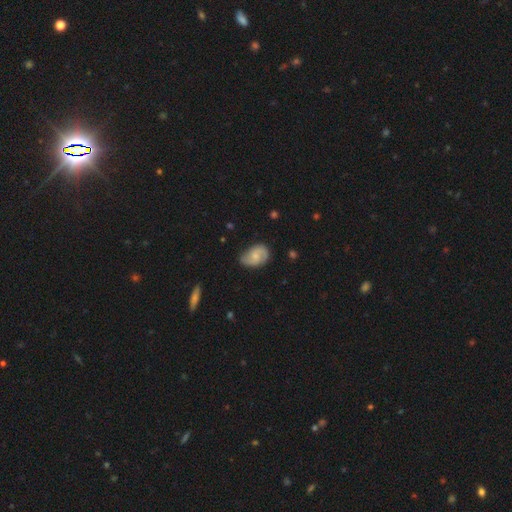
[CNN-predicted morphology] This is possibly a featured or disk galaxy (55%). It is clearly not viewed edge-on (97%). Bar: likely no (62%). Spiral arm pattern: clearly yes (90%). Central bulge: possibly small (51%). Merging: likely none (67%).